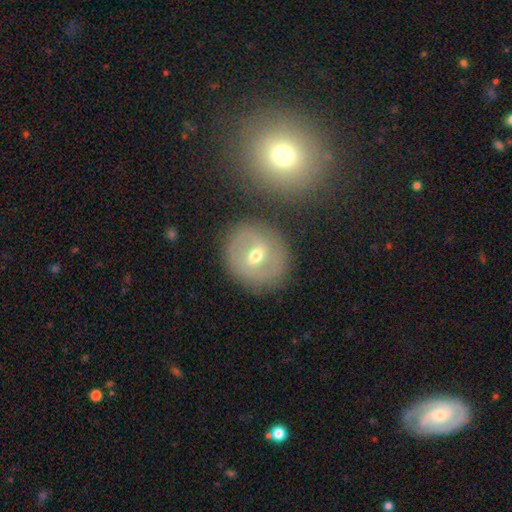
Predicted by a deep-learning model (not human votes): smooth_or_featured: featured or disk (p=0.58) [alt: smooth p=0.34]
disk_edge_on: no (p=0.95) [alt: yes p=0.05]
bar: weak (p=0.50) [alt: no p=0.26]
has_spiral_arms: yes (p=0.58) [alt: no p=0.42]
bulge_size: moderate (p=0.71) [alt: small p=0.24]
merging: none (p=0.75) [alt: minor disturbance p=0.12]